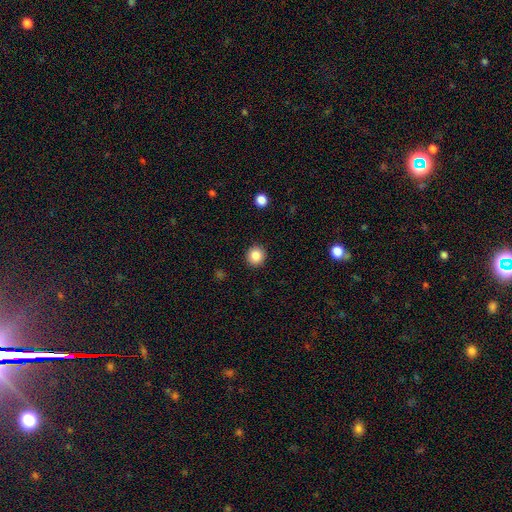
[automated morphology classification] type=smooth (86%); roundness=round (92%); merging=none (92%).